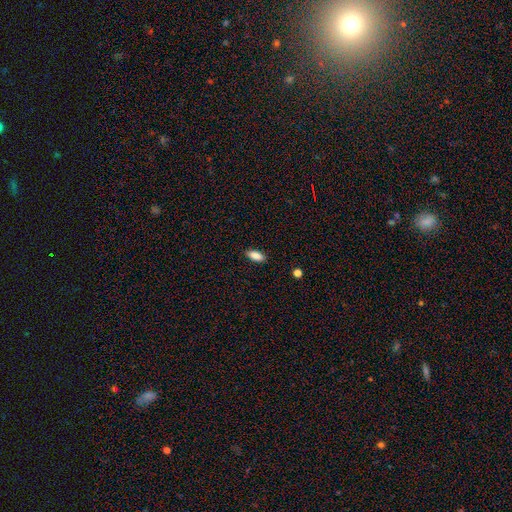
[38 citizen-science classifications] smooth-or-featured: smooth: 95% | featured or disk: 3% | star or artifact: 3%
  how-rounded: in between: 83% | cigar-shaped: 14% | round: 3%
  merging: none: 97% | minor disturbance: 3% | major disturbance: 0% | merger: 0%